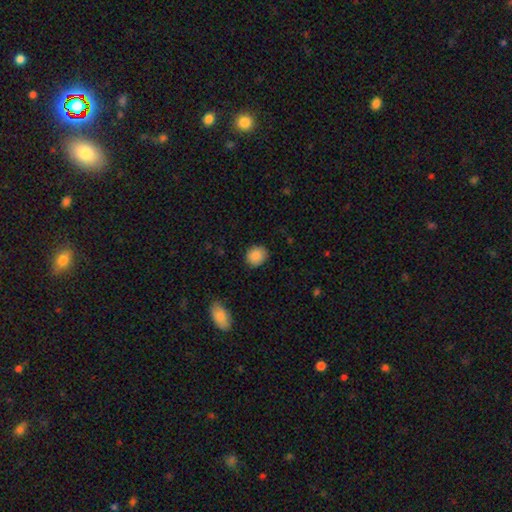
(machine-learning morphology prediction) This is clearly a smooth galaxy (87%). How rounded: likely round (77%). Merging: clearly none (87%).